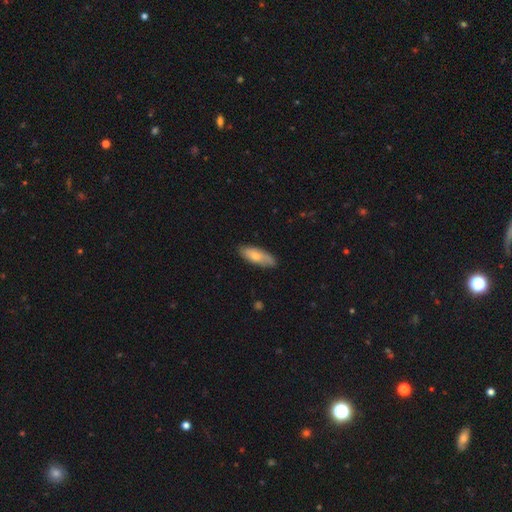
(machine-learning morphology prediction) This appears to be a smooth galaxy with no disk features (70%) that is in between round and cigar-shaped (72%). Merging: none (81%).